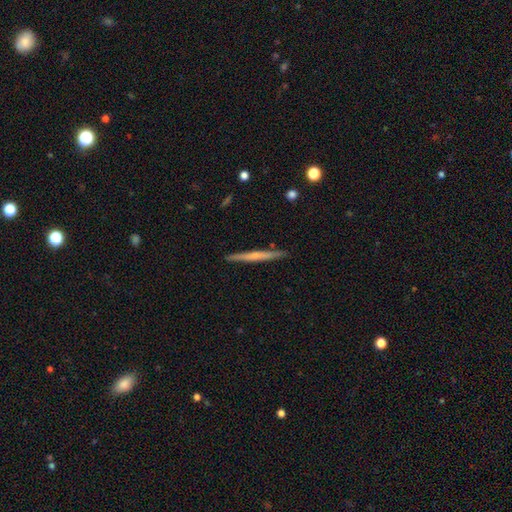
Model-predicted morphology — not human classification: Smooth or featured? Predicted: featured or disk (p=0.53). Edge-on disk? Predicted: yes (p=0.97). Edge-on bulge? Predicted: none (p=0.60). Merging? Predicted: none (p=0.91).